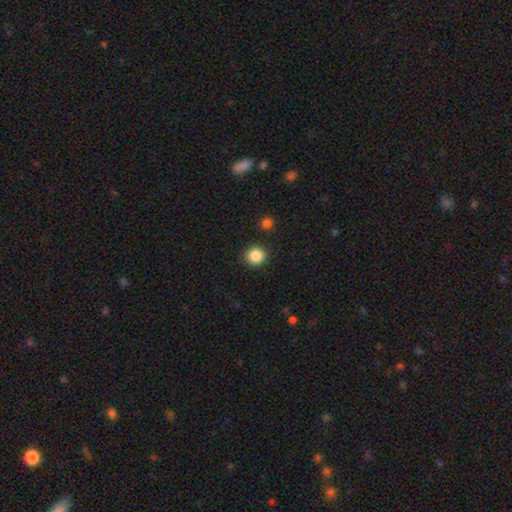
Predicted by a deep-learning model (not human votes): Smooth or featured?
  - smooth: 86% *
  - star or artifact: 10%
  - featured or disk: 4%
How rounded?
  - round: 91% *
  - in between: 8%
  - cigar-shaped: 1%
Merging?
  - none: 90% *
  - minor disturbance: 6%
  - major disturbance: 2%
  - merger: 2%